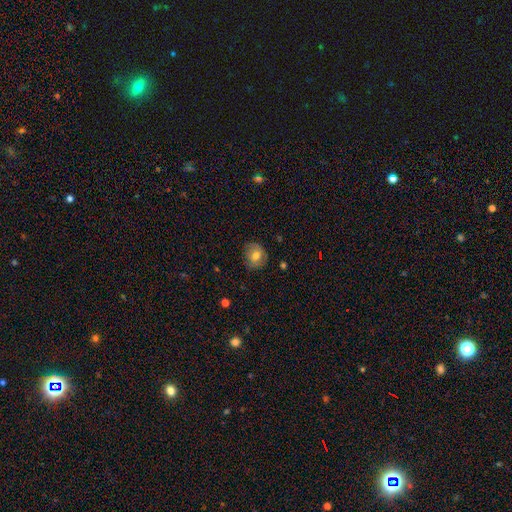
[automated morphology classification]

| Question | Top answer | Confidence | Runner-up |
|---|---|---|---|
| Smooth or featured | smooth | 66% | featured or disk (25%) |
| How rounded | round | 79% | in between (20%) |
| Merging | none | 78% | minor disturbance (17%) |